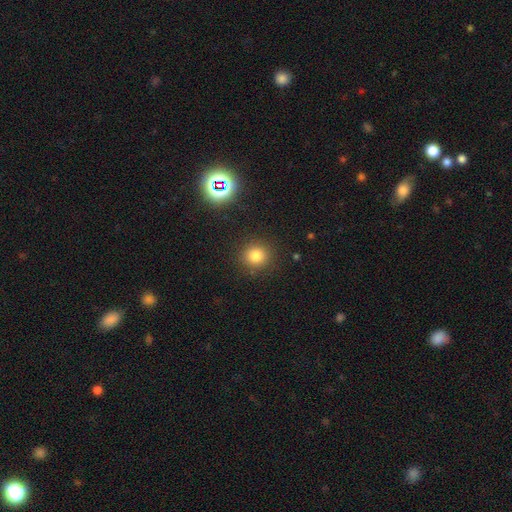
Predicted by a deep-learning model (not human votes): A smooth galaxy with no disk features (79%) that is round (89%).

Vote fractions:
- Smooth or featured? smooth: 79% / star or artifact: 15% / featured or disk: 6%
- How rounded? round: 89% / in between: 10% / cigar-shaped: 1%
- Merging? none: 88% / minor disturbance: 7% / major disturbance: 3% / merger: 2%